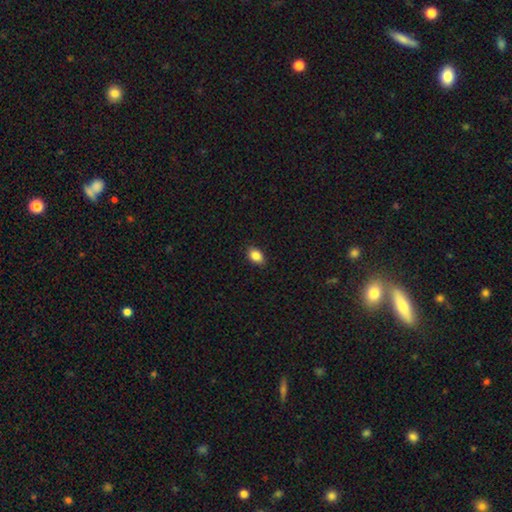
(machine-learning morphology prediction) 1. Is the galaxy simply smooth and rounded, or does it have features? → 88% smooth, 8% star or artifact, 4% featured or disk.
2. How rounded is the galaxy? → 83% in between, 16% round, 1% cigar-shaped.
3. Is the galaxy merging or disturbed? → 87% none, 10% minor disturbance, 2% major disturbance, 1% merger.